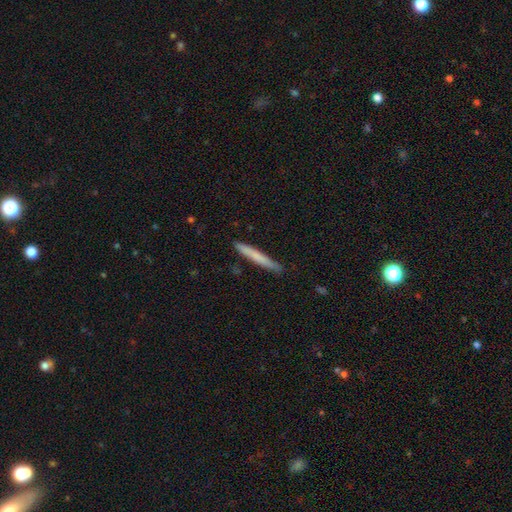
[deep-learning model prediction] The model was most divided on "smooth or featured": smooth: 68%, featured or disk: 26%, star or artifact: 6%. More confident: how rounded — cigar-shaped (97%); merging — none (89%).